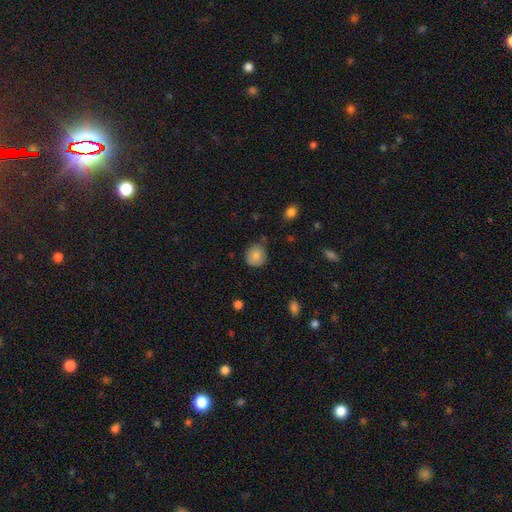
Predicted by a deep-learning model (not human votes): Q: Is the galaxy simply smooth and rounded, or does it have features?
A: smooth — 84%.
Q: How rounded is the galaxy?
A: round — 83%.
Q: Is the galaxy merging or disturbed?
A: none — 71%.